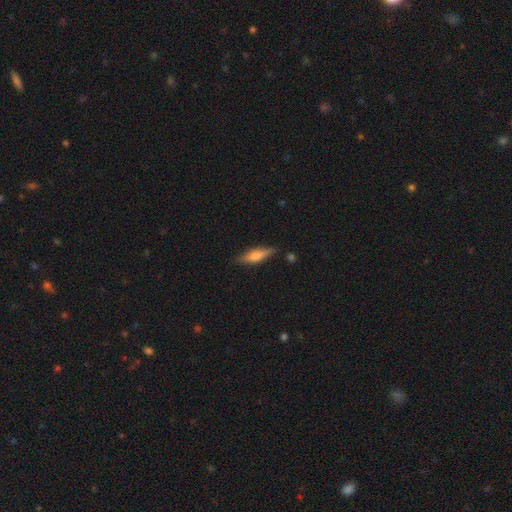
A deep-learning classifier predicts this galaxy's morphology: Smooth or featured? smooth (49%)
Merging? none (83%)